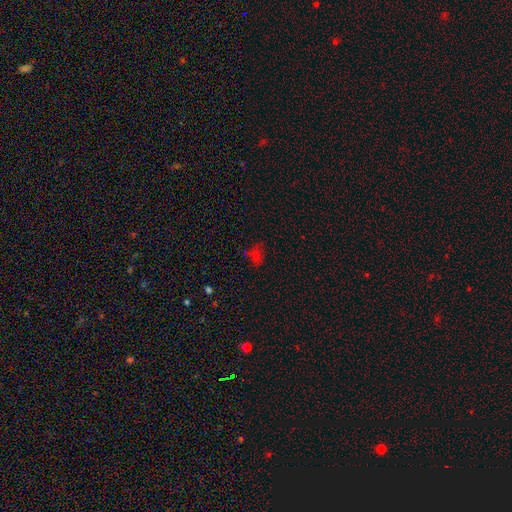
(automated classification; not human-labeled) Smooth or featured: star or artifact — 45% (smooth — 42%)